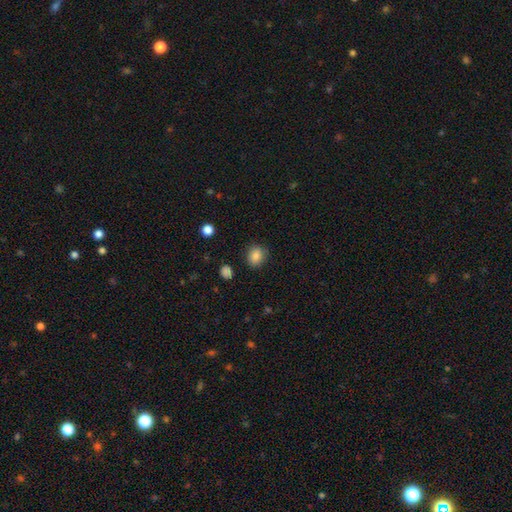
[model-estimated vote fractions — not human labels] Morphology: type=smooth (85%); roundness=round (71%); merging=none (85%).